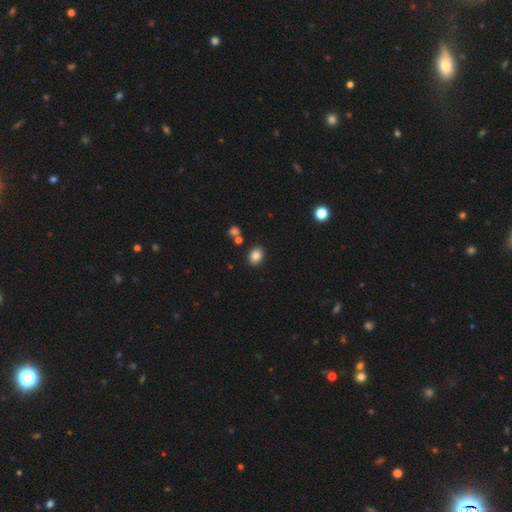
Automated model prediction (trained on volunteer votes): Q: Smooth or featured?
A: smooth (85%); runner-up: star or artifact (10%)
Q: How rounded?
A: in between (62%); runner-up: round (37%)
Q: Merging?
A: none (85%); runner-up: minor disturbance (8%)